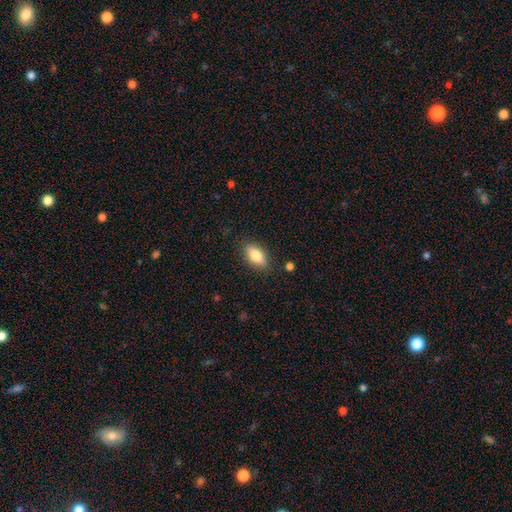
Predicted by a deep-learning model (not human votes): Morphology: type=smooth (77%); roundness=in between (85%); merging=none (85%).